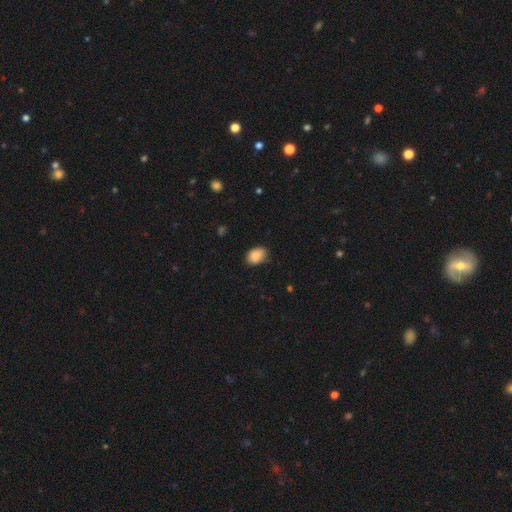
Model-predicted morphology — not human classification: Q: Smooth or featured?
A: smooth (87%); runner-up: star or artifact (8%)
Q: How rounded?
A: in between (77%); runner-up: round (22%)
Q: Merging?
A: none (78%); runner-up: minor disturbance (18%)